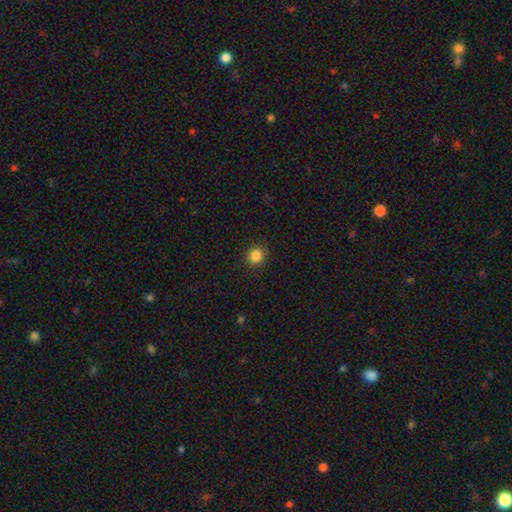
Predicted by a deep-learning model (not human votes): smooth_or_featured: smooth (p=0.86) [alt: star or artifact p=0.11]
how_rounded: round (p=0.87) [alt: in between p=0.12]
merging: none (p=0.91) [alt: minor disturbance p=0.06]